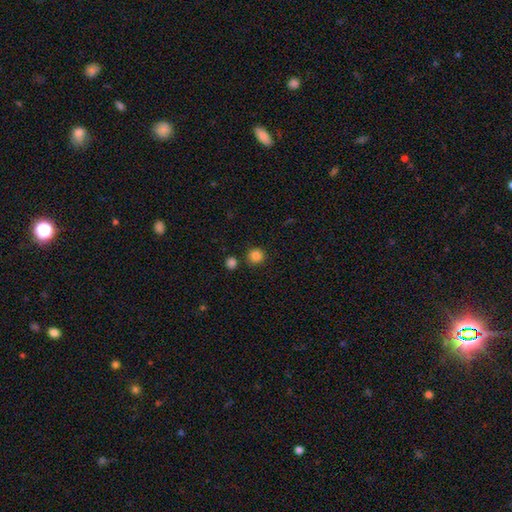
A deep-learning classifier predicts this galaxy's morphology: Overall: smooth (85%). How rounded: round (94%). Merging: none (83%).